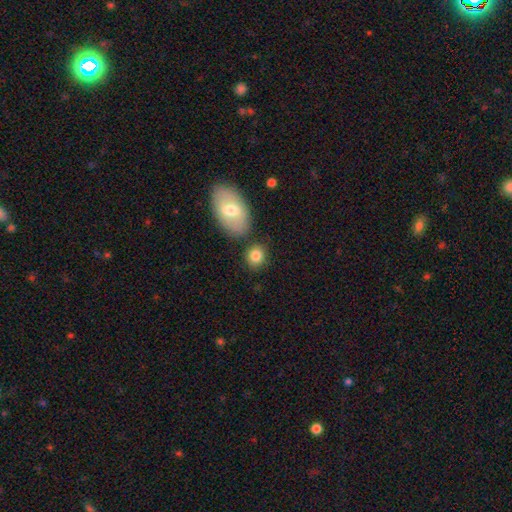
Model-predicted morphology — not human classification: smooth-or-featured: smooth: 83% | star or artifact: 9% | featured or disk: 8%
  how-rounded: round: 65% | in between: 34% | cigar-shaped: 1%
  merging: none: 73% | minor disturbance: 11% | merger: 11% | major disturbance: 4%